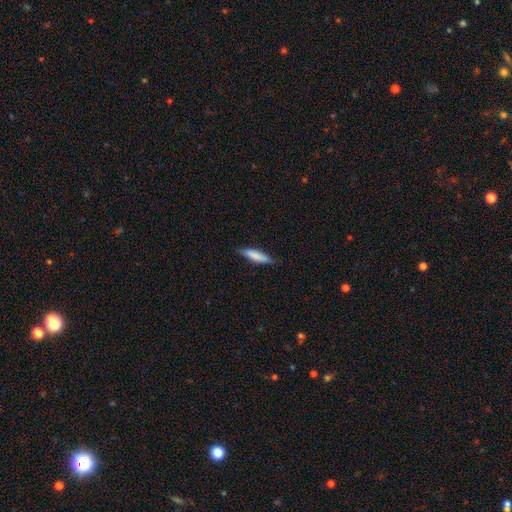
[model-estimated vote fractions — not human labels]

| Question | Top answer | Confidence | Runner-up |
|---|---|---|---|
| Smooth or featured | smooth | 75% | featured or disk (19%) |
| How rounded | cigar-shaped | 80% | in between (19%) |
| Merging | none | 85% | minor disturbance (12%) |